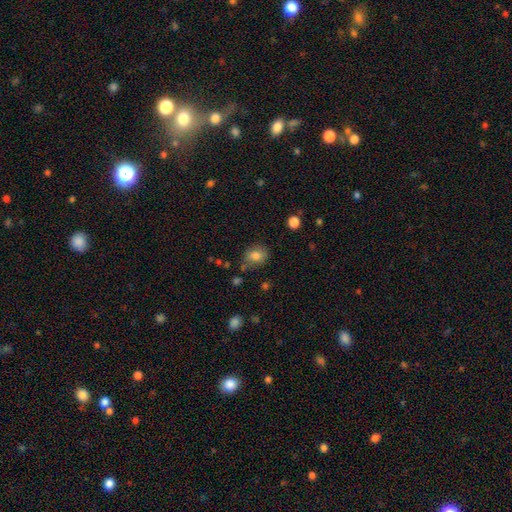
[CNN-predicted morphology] Smooth or featured? Predicted: smooth (p=0.79). How rounded? Predicted: round (p=0.55). Merging? Predicted: none (p=0.72).